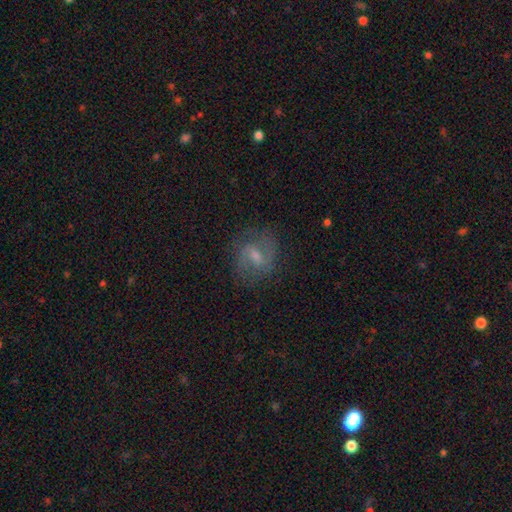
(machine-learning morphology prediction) This appears to be a featured or disk galaxy (63%) with a weak bar (59%), 2 (82%) medium (51%) spiral arms (85%) and a moderate central bulge (41%). Merging: none (74%).